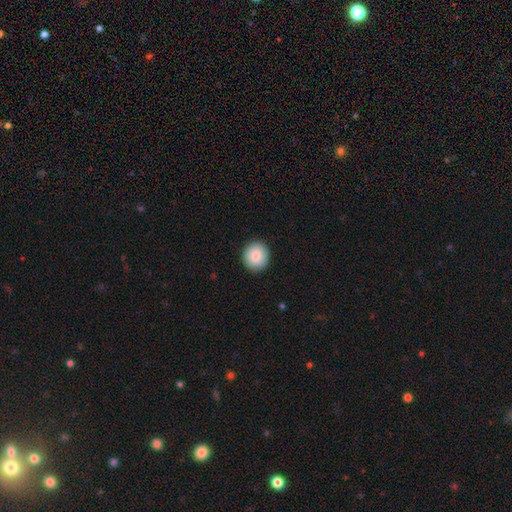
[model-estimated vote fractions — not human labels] A smooth galaxy with no disk features (83%) that is round (89%).

Vote fractions:
- Smooth or featured? smooth: 83% / featured or disk: 10% / star or artifact: 7%
- How rounded? round: 89% / in between: 10% / cigar-shaped: 1%
- Merging? none: 91% / minor disturbance: 7% / major disturbance: 2% / merger: 1%